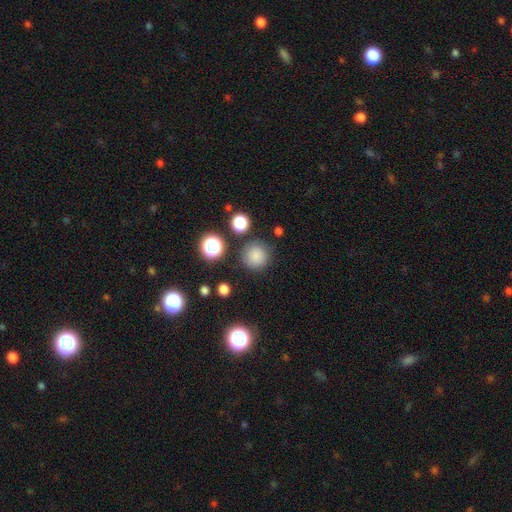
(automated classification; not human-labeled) This appears to be a smooth galaxy with no disk features (82%) that is round (94%). Merging: none (83%).